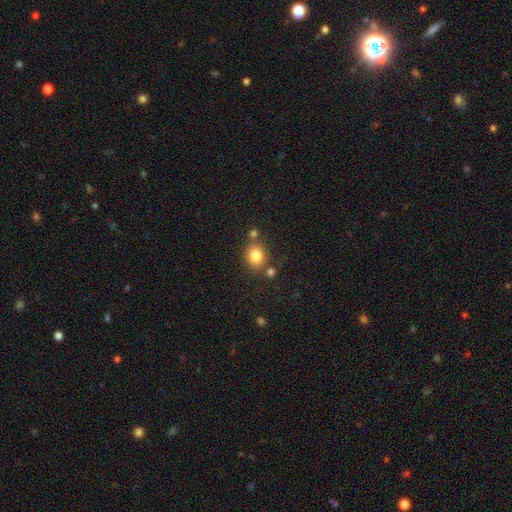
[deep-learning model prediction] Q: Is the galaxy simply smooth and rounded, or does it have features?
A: smooth — 82%.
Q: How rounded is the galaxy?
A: round — 56%.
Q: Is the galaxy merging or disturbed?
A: none — 70%.